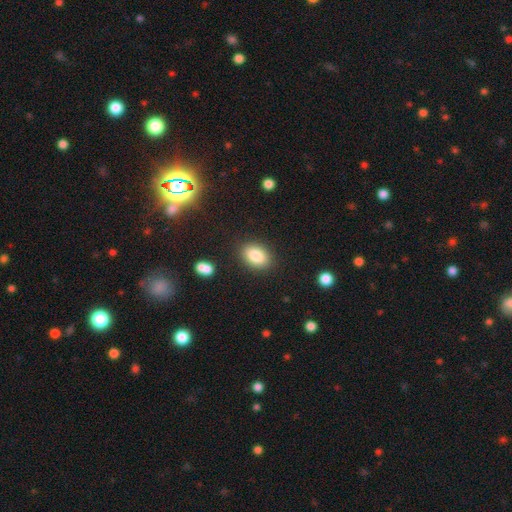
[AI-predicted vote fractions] This appears to be a smooth galaxy with no disk features (85%) that is in between round and cigar-shaped (83%). Merging: none (86%).